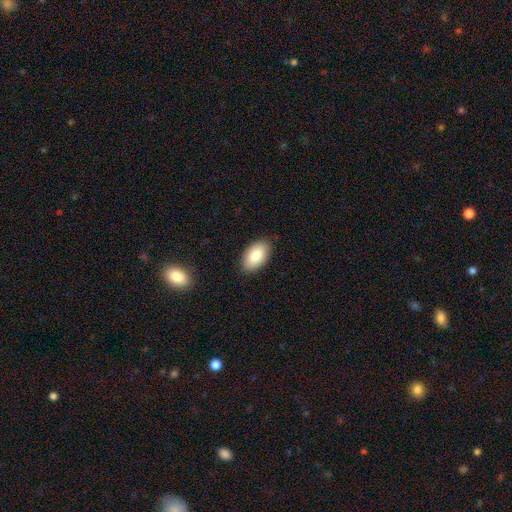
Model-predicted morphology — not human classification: smooth-or-featured: smooth: 85% | featured or disk: 9% | star or artifact: 6%
  how-rounded: in between: 95% | round: 4% | cigar-shaped: 1%
  merging: none: 88% | minor disturbance: 9% | major disturbance: 2% | merger: 1%